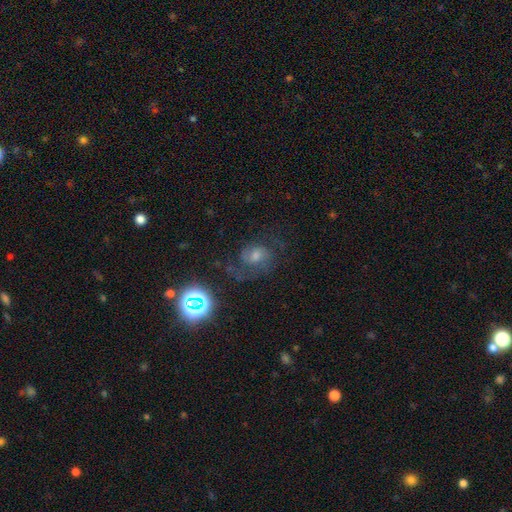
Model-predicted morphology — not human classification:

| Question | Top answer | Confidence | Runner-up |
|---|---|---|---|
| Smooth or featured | featured or disk | 61% | star or artifact (21%) |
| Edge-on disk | no | 97% | yes (3%) |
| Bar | no | 58% | weak (35%) |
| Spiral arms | yes | 91% | no (9%) |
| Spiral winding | medium | 49% | tight (30%) |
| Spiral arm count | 2 | 60% | 1 (16%) |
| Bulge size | moderate | 52% | small (30%) |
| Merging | none | 61% | major disturbance (19%) |